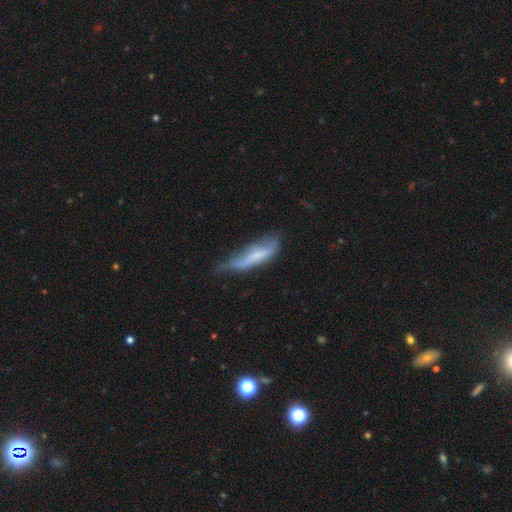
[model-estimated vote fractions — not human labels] This is possibly a smooth galaxy (53%). How rounded: likely cigar-shaped (66%). Merging: marginally minor disturbance (41%).